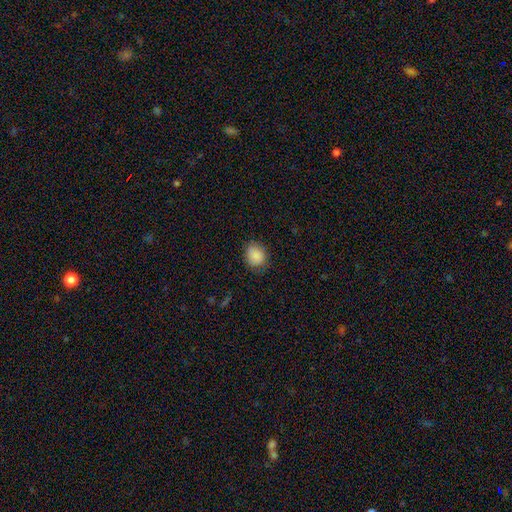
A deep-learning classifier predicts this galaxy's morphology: smooth-or-featured: smooth: 87% | star or artifact: 8% | featured or disk: 6%
  how-rounded: round: 57% | in between: 42% | cigar-shaped: 1%
  merging: none: 77% | minor disturbance: 18% | major disturbance: 4% | merger: 1%